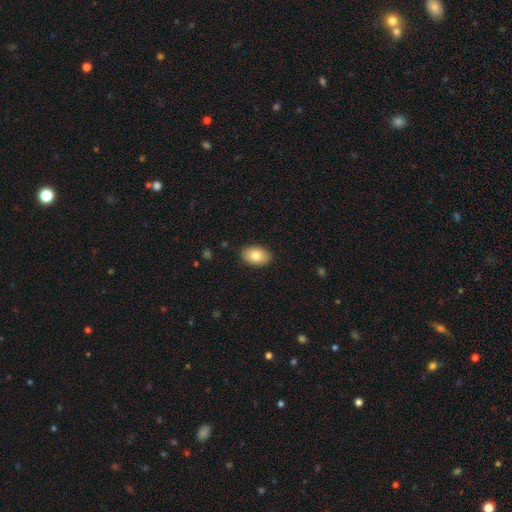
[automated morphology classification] This appears to be a smooth galaxy with no disk features (81%) that is in between round and cigar-shaped (88%). Merging: none (88%).